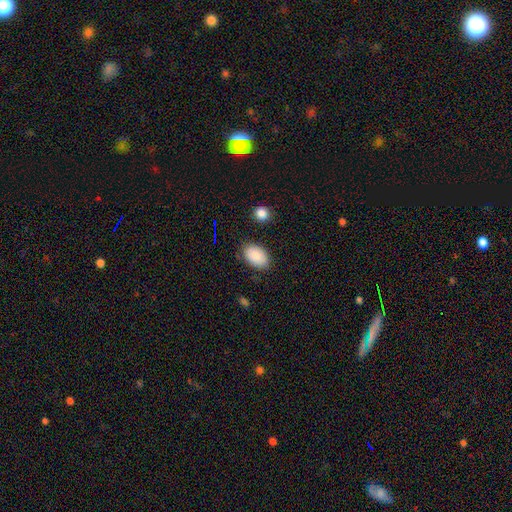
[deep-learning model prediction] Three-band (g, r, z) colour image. It shows a smooth galaxy with no disk features (88%) that is in between round and cigar-shaped (92%). Merging: none (83%).